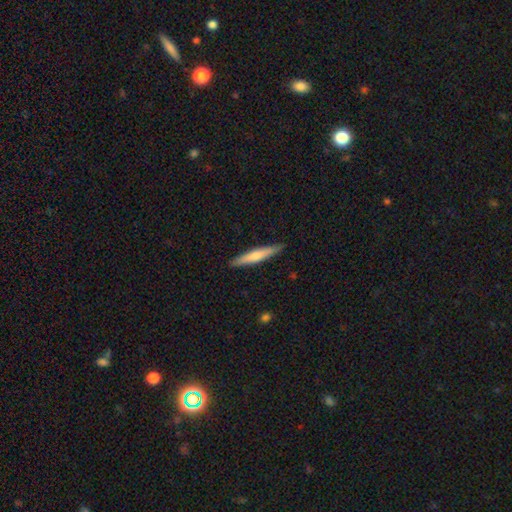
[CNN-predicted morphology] The model was most divided on "smooth or featured": smooth: 56%, featured or disk: 39%, star or artifact: 5%. More confident: how rounded — cigar-shaped (93%); merging — none (89%).